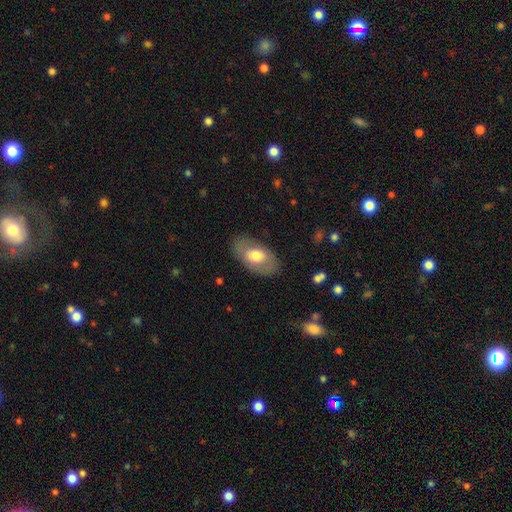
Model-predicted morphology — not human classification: Smooth or featured: smooth — 59% (featured or disk — 35%)
How rounded: in between — 92% (round — 6%)
Merging: none — 81% (minor disturbance — 13%)